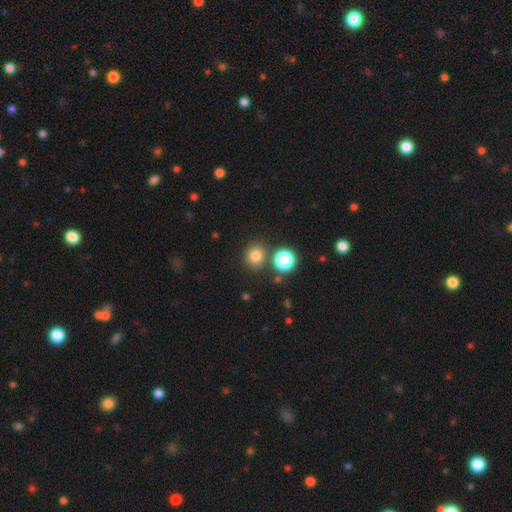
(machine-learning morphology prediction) Smooth or featured? Predicted: smooth (p=0.78). How rounded? Predicted: round (p=0.78). Merging? Predicted: none (p=0.80).